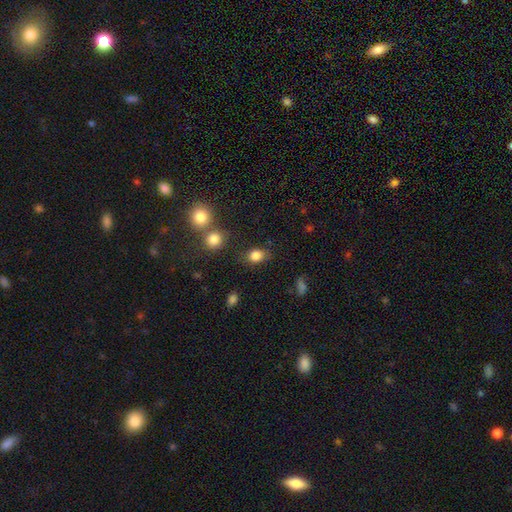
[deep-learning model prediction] Smooth or featured: smooth — 84% (star or artifact — 10%)
How rounded: in between — 66% (round — 32%)
Merging: none — 75% (minor disturbance — 15%)